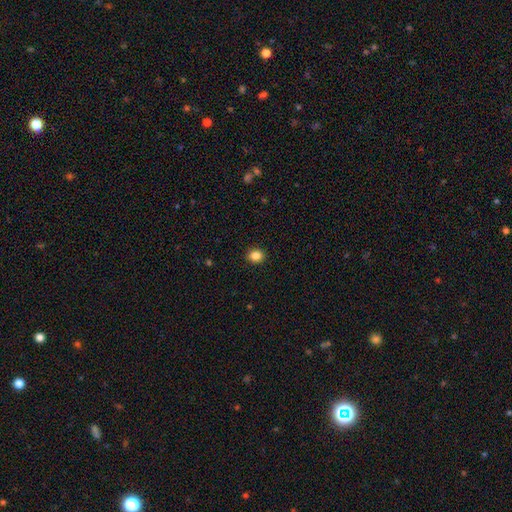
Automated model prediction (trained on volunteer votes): Smooth or featured? smooth (85%)
How rounded? round (72%)
Merging? none (92%)